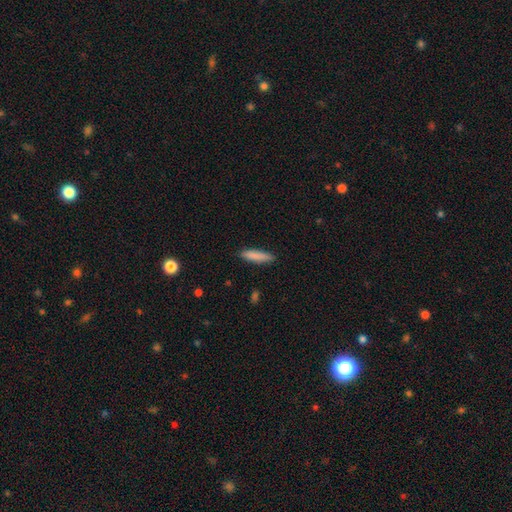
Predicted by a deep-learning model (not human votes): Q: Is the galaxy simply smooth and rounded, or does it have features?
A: smooth — 86%.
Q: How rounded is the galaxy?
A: cigar-shaped — 80%.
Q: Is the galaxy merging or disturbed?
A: none — 88%.